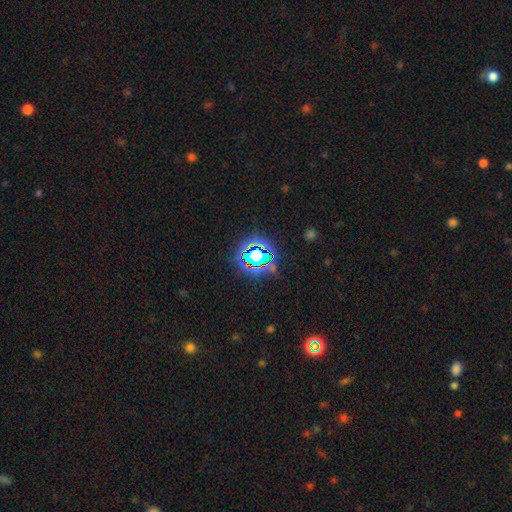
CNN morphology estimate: smooth-or-featured: star or artifact: 69% | smooth: 19% | featured or disk: 12%